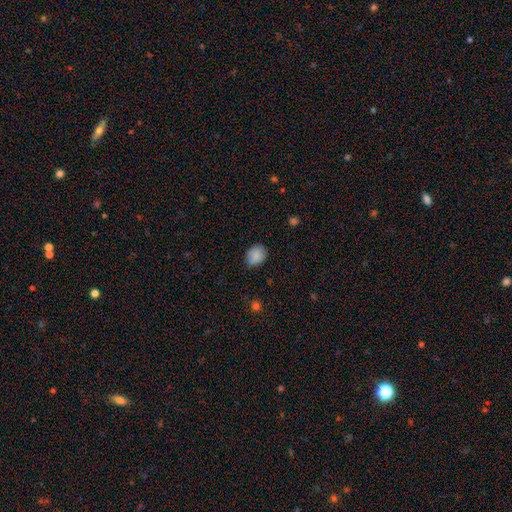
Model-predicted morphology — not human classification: smooth_or_featured: smooth (p=0.87) [alt: star or artifact p=0.08]
how_rounded: round (p=0.54) [alt: in between p=0.45]
merging: none (p=0.84) [alt: minor disturbance p=0.12]